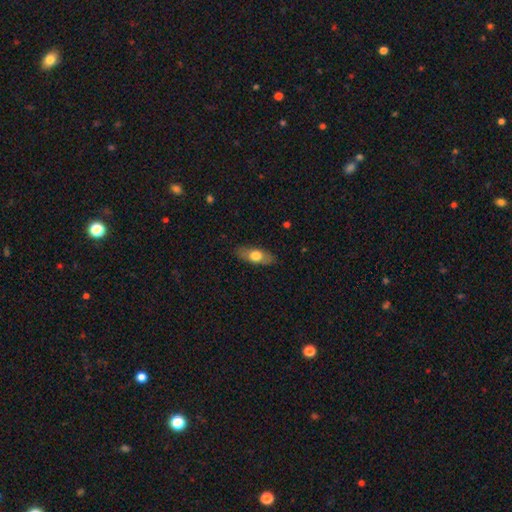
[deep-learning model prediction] smooth-or-featured: smooth: 65% | featured or disk: 29% | star or artifact: 6%
  how-rounded: in between: 75% | cigar-shaped: 20% | round: 5%
  merging: none: 85% | minor disturbance: 11% | major disturbance: 3% | merger: 1%